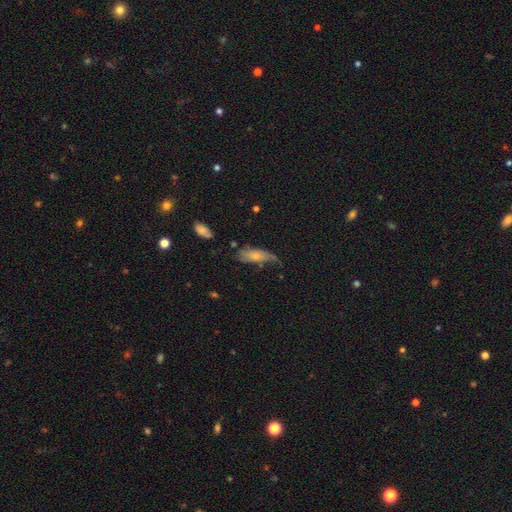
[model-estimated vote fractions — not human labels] smooth_or_featured: smooth (p=0.47) [alt: featured or disk p=0.43]
merging: none (p=0.47) [alt: minor disturbance p=0.35]